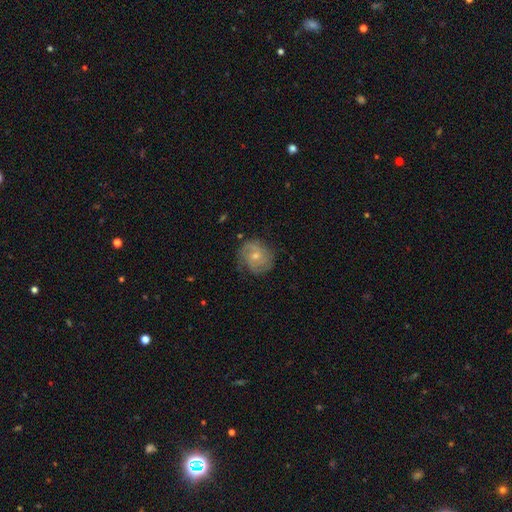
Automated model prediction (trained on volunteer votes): A featured or disk galaxy (66%) with no bar (69%), 2 (43%) tight (53%) spiral arms (89%) and a small central bulge (49%).

Vote fractions:
- Smooth or featured? featured or disk: 66% / smooth: 27% / star or artifact: 7%
- Edge-on disk? no: 97% / yes: 3%
- Bar? no: 69% / weak: 27% / strong: 4%
- Spiral arms? yes: 89% / no: 11%
- Spiral winding? tight: 53% / medium: 35% / loose: 12%
- Spiral arm count? 2: 43% / can't tell: 27% / 3: 16% / 1: 5% / 4: 4% / more than 4: 3%
- Bulge size? small: 49% / moderate: 47% / none: 2% / large: 2% / dominant: 1%
- Merging? none: 69% / minor disturbance: 22% / major disturbance: 8% / merger: 1%